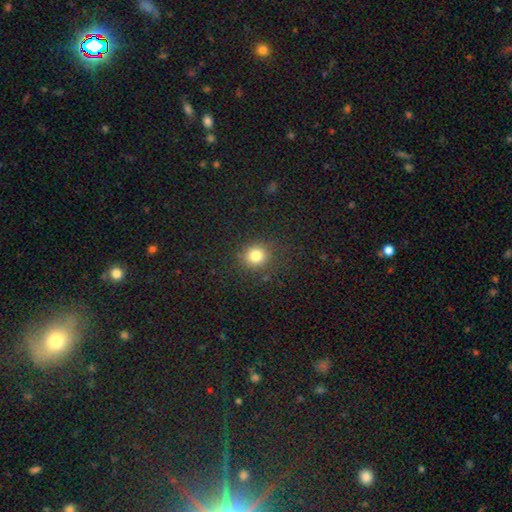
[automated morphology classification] A smooth galaxy with no disk features (81%) that is round (86%). Merging: none (85%).